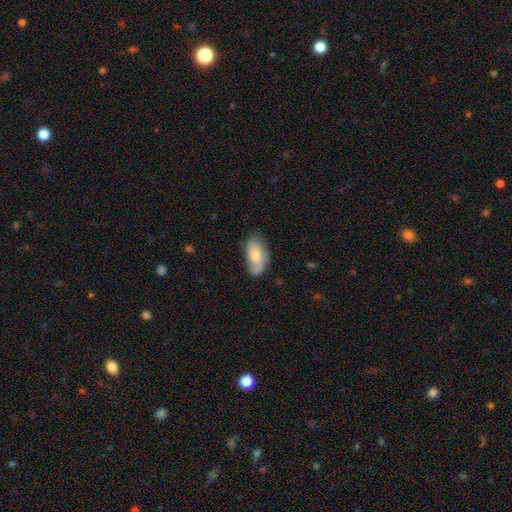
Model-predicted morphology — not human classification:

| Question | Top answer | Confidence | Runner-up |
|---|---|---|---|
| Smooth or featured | smooth | 65% | featured or disk (28%) |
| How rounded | in between | 92% | cigar-shaped (4%) |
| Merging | none | 53% | minor disturbance (32%) |